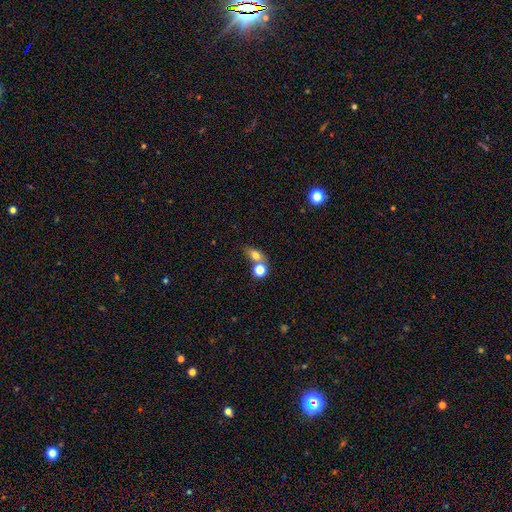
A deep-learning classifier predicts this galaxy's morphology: smooth-or-featured: smooth: 75% | star or artifact: 13% | featured or disk: 13%
  how-rounded: in between: 63% | round: 34% | cigar-shaped: 4%
  merging: merger: 43% | none: 42% | minor disturbance: 10% | major disturbance: 5%